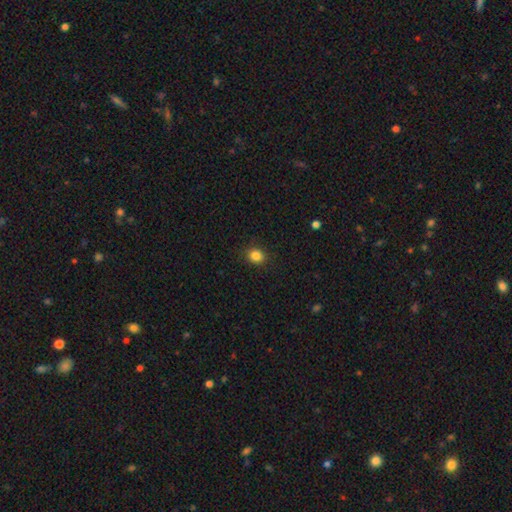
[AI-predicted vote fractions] A smooth galaxy with no disk features (85%) that is round (72%).

Vote fractions:
- Smooth or featured? smooth: 85% / star or artifact: 11% / featured or disk: 4%
- How rounded? round: 72% / in between: 28% / cigar-shaped: 1%
- Merging? none: 90% / minor disturbance: 7% / major disturbance: 2% / merger: 1%